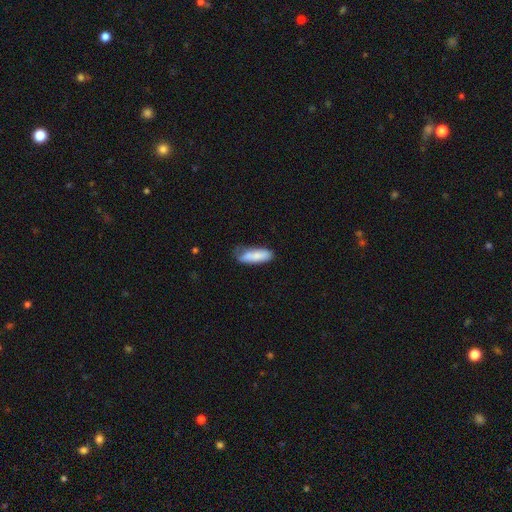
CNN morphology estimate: Smooth or featured? Predicted: smooth (p=0.81). How rounded? Predicted: in between (p=0.54). Merging? Predicted: none (p=0.55).